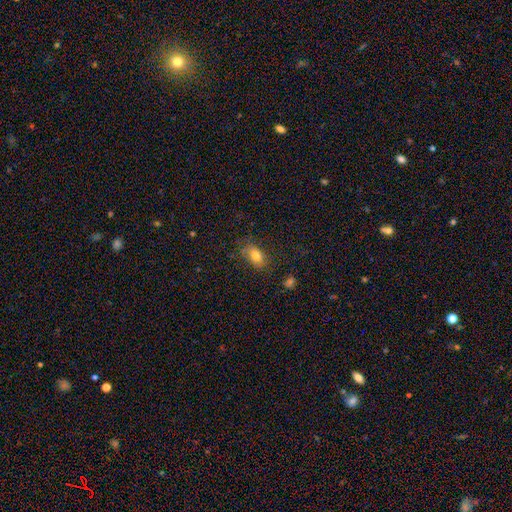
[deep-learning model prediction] Morphology: type=smooth (79%); roundness=in between (84%); merging=none (74%).